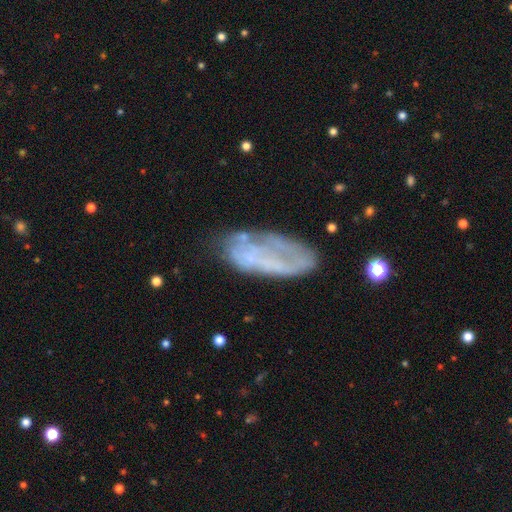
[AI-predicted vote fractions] Smooth or featured?
  - featured or disk: 53% *
  - smooth: 37%
  - star or artifact: 10%
Edge-on disk?
  - no: 90% *
  - yes: 10%
Merging?
  - none: 46% *
  - minor disturbance: 26%
  - major disturbance: 21%
  - merger: 7%